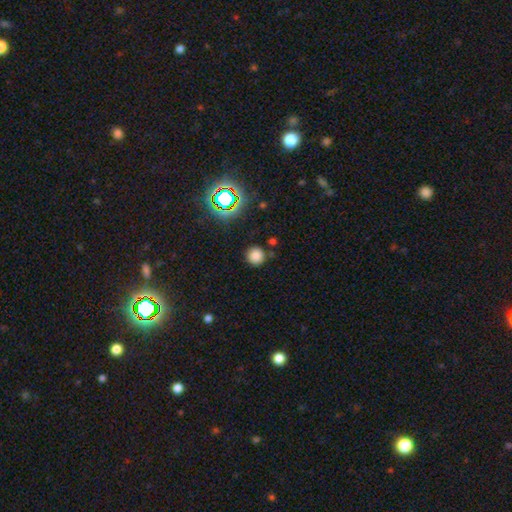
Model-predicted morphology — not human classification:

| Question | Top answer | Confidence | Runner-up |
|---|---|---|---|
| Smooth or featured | smooth | 78% | star or artifact (17%) |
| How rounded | round | 94% | in between (5%) |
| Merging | none | 84% | minor disturbance (9%) |